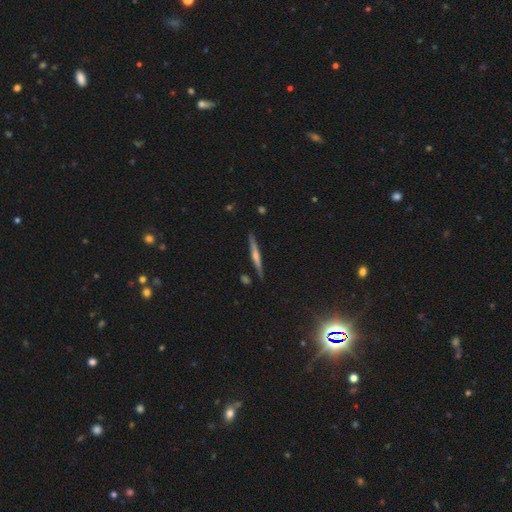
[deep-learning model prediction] The model was most divided on "smooth or featured": featured or disk: 66%, smooth: 27%, star or artifact: 8%. More confident: edge-on disk — yes (98%); merging — none (89%); edge-on bulge — rounded (71%).